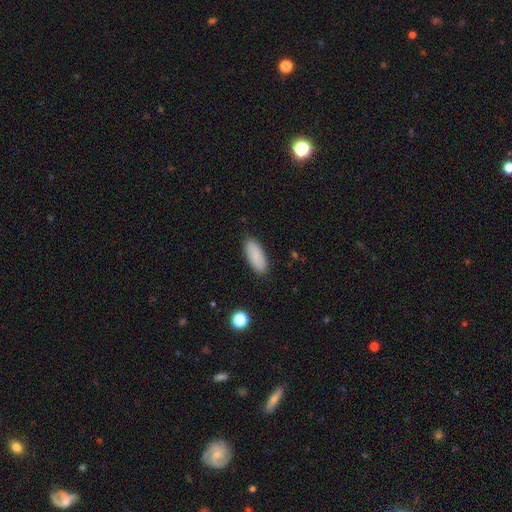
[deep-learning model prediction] Smooth or featured?
  - smooth: 87% *
  - featured or disk: 7%
  - star or artifact: 7%
How rounded?
  - in between: 77% *
  - cigar-shaped: 21%
  - round: 2%
Merging?
  - none: 88% *
  - minor disturbance: 9%
  - major disturbance: 2%
  - merger: 1%